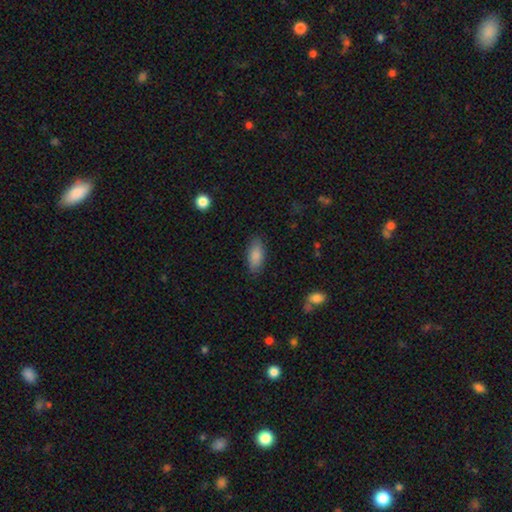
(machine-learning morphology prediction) This is clearly a smooth galaxy (88%). How rounded: clearly in between (87%). Merging: clearly none (84%).